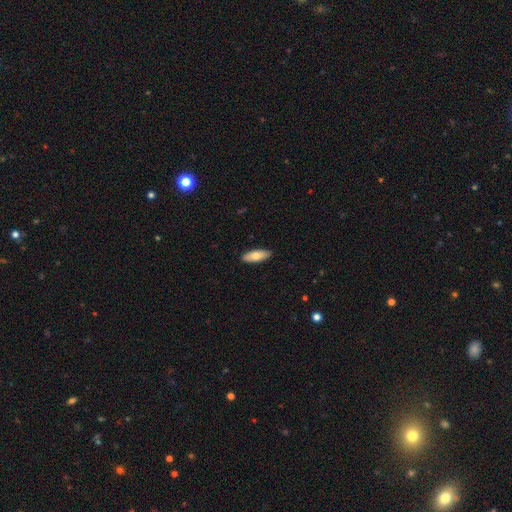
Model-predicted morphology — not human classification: Smooth or featured? smooth (74%)
How rounded? in between (69%)
Merging? none (90%)